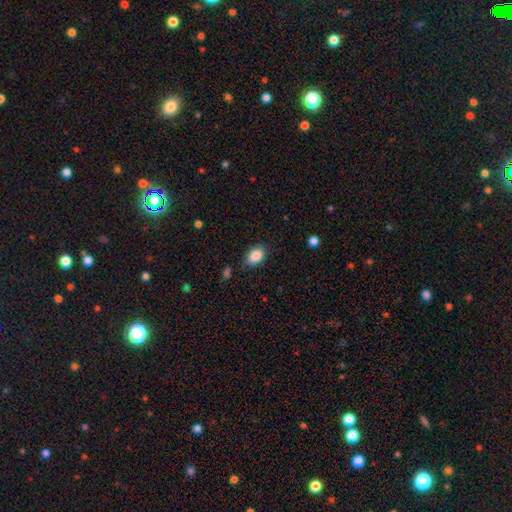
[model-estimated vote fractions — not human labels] smooth_or_featured: smooth (p=0.86) [alt: star or artifact p=0.08]
how_rounded: in between (p=0.84) [alt: round p=0.14]
merging: none (p=0.81) [alt: minor disturbance p=0.15]